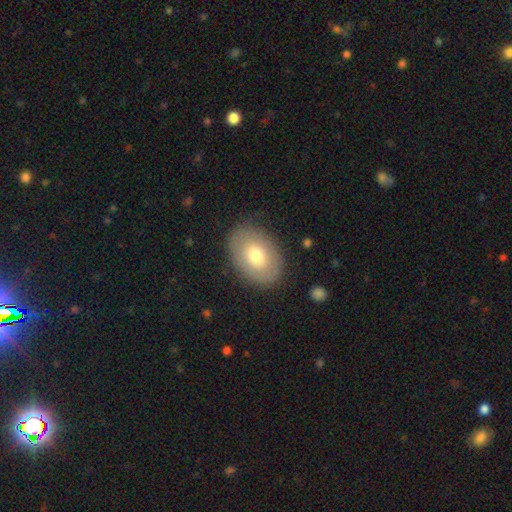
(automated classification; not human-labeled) Smooth or featured? smooth (66%)
How rounded? in between (82%)
Merging? none (84%)